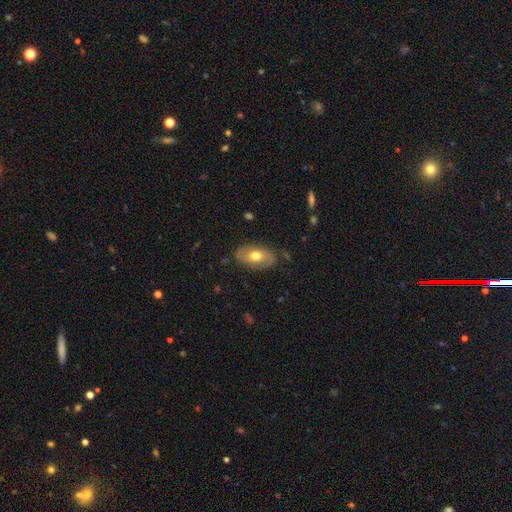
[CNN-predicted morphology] A featured or disk galaxy (49%). Merging: none (78%).